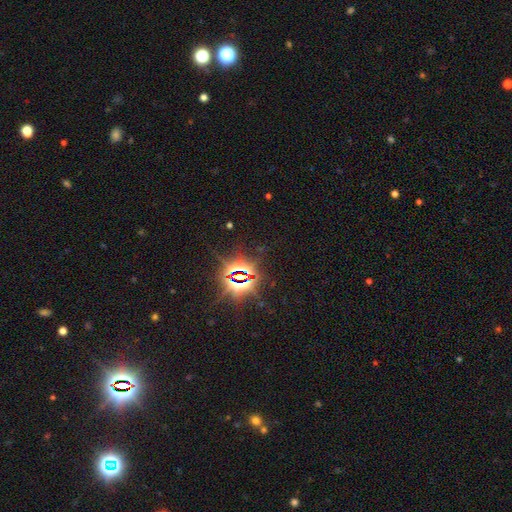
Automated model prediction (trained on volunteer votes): Overall: star or artifact (85%).